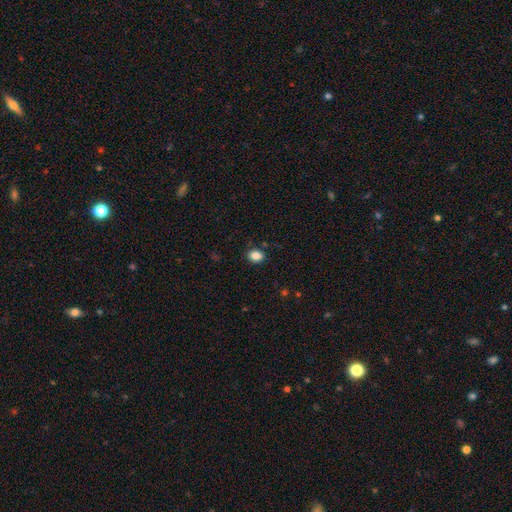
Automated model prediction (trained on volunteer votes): This is clearly a smooth galaxy (86%). How rounded: possibly in between (55%). Merging: clearly none (87%).